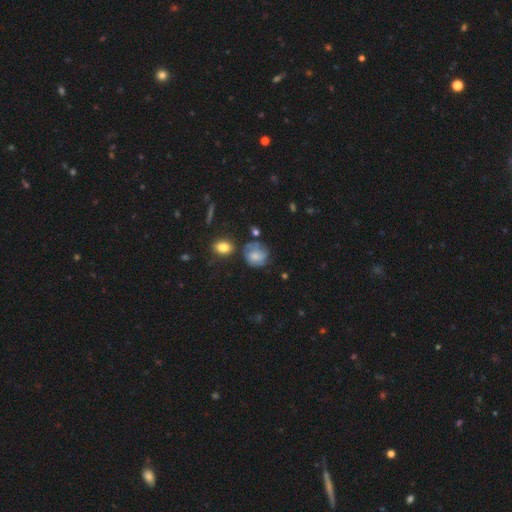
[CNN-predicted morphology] This appears to be a smooth galaxy with no disk features (54%) that is round (72%). Merging: none (54%).